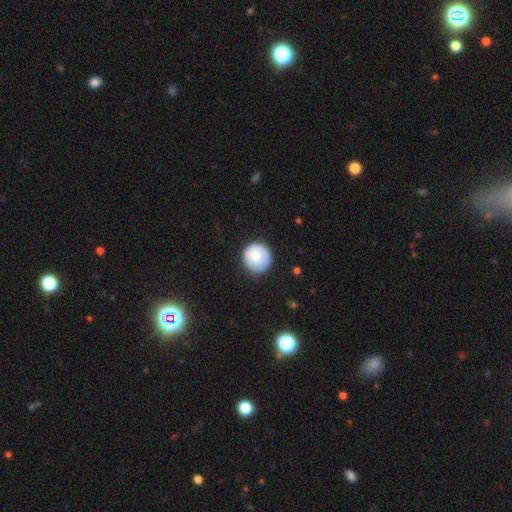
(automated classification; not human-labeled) smooth_or_featured: smooth (p=0.77) [alt: featured or disk p=0.16]
how_rounded: round (p=0.95) [alt: in between p=0.04]
merging: none (p=0.85) [alt: minor disturbance p=0.11]